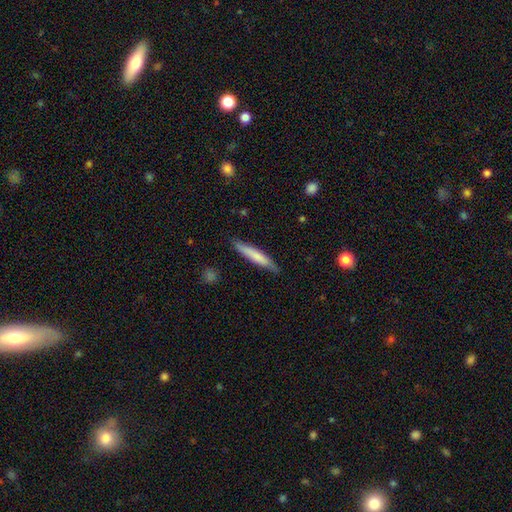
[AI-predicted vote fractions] Smooth or featured? smooth (72%)
How rounded? cigar-shaped (92%)
Merging? none (84%)